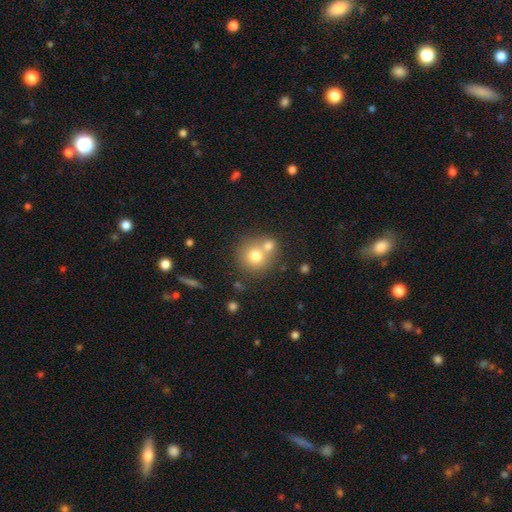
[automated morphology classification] Smooth or featured? smooth (73%)
How rounded? round (88%)
Merging? none (48%)